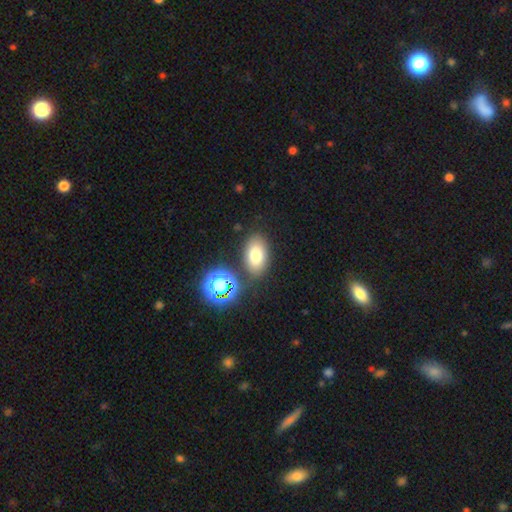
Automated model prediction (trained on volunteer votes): A smooth galaxy with no disk features (76%) that is in between round and cigar-shaped (89%).

Vote fractions:
- Smooth or featured? smooth: 76% / star or artifact: 13% / featured or disk: 11%
- How rounded? in between: 89% / round: 9% / cigar-shaped: 2%
- Merging? none: 78% / minor disturbance: 11% / merger: 7% / major disturbance: 4%